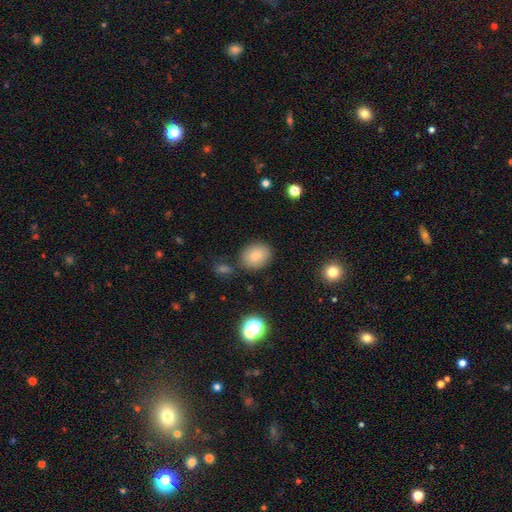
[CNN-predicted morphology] smooth-or-featured: smooth: 81% | star or artifact: 10% | featured or disk: 9%
  how-rounded: round: 55% | in between: 44% | cigar-shaped: 1%
  merging: none: 79% | minor disturbance: 12% | merger: 5% | major disturbance: 3%